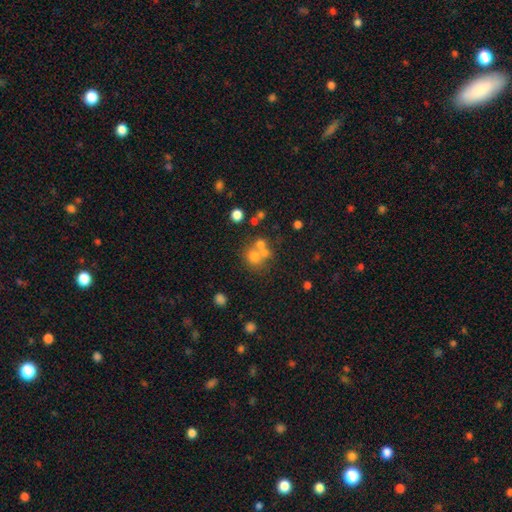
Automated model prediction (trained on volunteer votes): The model was most divided on "merging": merger: 49%, none: 38%, minor disturbance: 8%, major disturbance: 6%. More confident: how rounded — round (79%); smooth or featured — smooth (62%).